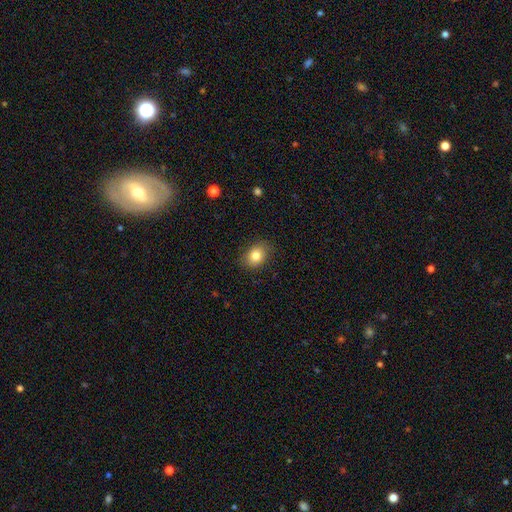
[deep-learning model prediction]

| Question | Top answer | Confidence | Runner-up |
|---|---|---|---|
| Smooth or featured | smooth | 82% | star or artifact (10%) |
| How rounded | in between | 59% | round (40%) |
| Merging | none | 85% | minor disturbance (11%) |